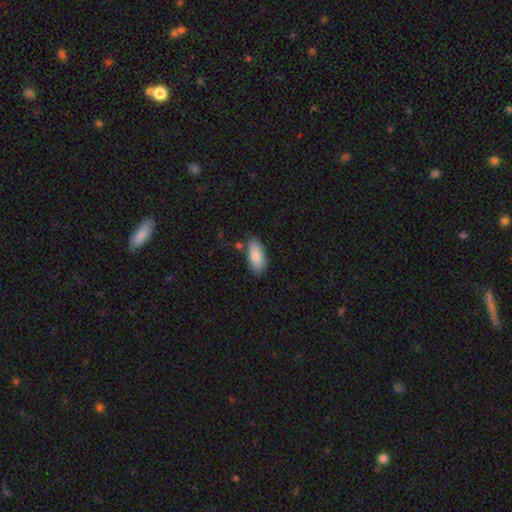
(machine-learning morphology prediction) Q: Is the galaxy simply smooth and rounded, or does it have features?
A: smooth — 87%.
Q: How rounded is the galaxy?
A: in between — 87%.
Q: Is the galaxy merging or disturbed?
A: none — 74%.